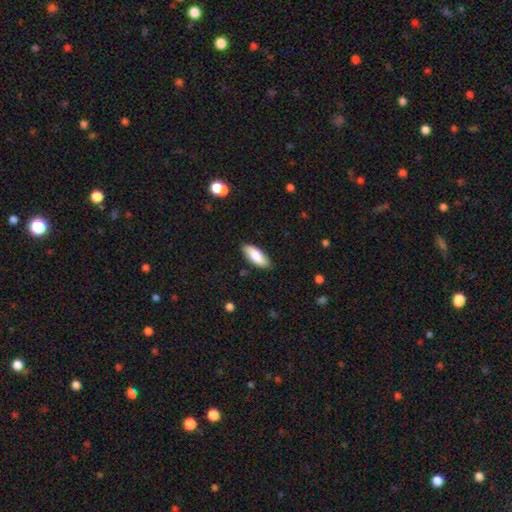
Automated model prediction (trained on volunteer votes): Smooth or featured? smooth (82%)
How rounded? in between (79%)
Merging? none (86%)